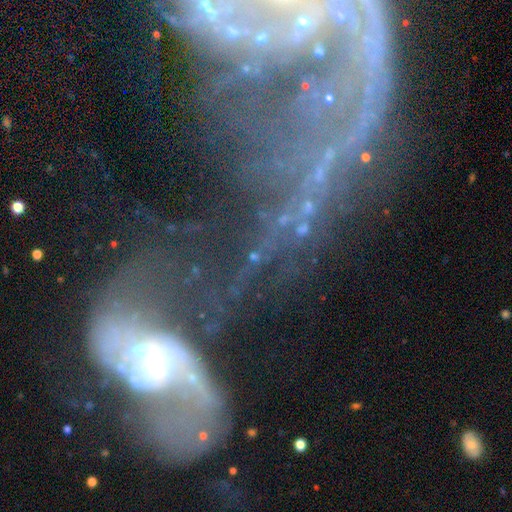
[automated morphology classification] A featured or disk galaxy (73%) with no bar (46%), 2 (69%) loose (60%) spiral arms (77%) and a small central bulge (45%).

Vote fractions:
- Smooth or featured? featured or disk: 73% / star or artifact: 16% / smooth: 11%
- Edge-on disk? no: 94% / yes: 6%
- Bar? no: 46% / weak: 33% / strong: 21%
- Spiral arms? yes: 77% / no: 23%
- Spiral winding? loose: 60% / medium: 27% / tight: 13%
- Spiral arm count? 2: 69% / can't tell: 12% / 1: 8% / 3: 4% / 4: 4% / more than 4: 3%
- Bulge size? small: 45% / moderate: 38% / none: 9% / large: 6% / dominant: 3%
- Merging? major disturbance: 38% / merger: 25% / none: 25% / minor disturbance: 13%